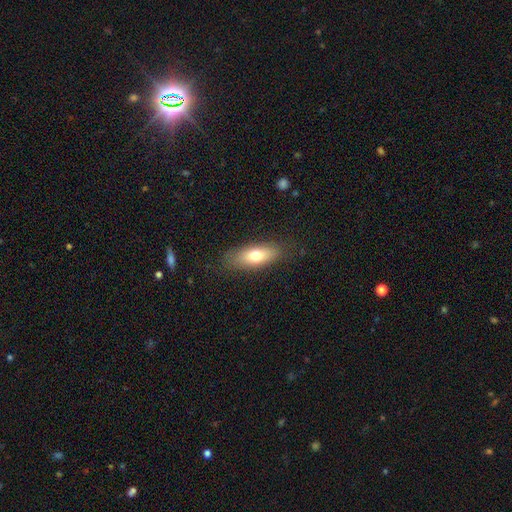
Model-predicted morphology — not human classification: A smooth galaxy with no disk features (71%) that is in between round and cigar-shaped (70%). Merging: none (83%).